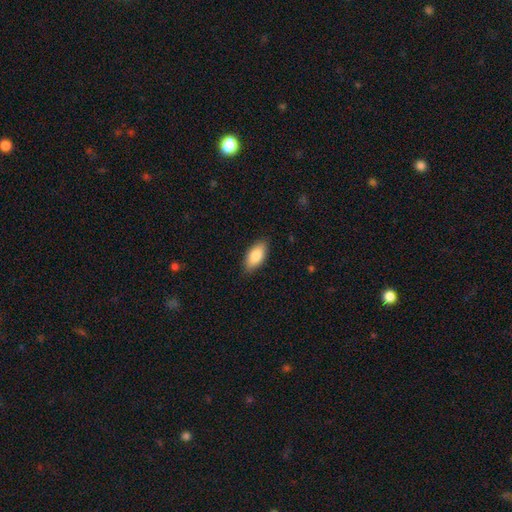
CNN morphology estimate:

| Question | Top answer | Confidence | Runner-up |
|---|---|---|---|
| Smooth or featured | smooth | 84% | featured or disk (10%) |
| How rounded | in between | 89% | cigar-shaped (8%) |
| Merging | none | 86% | minor disturbance (11%) |